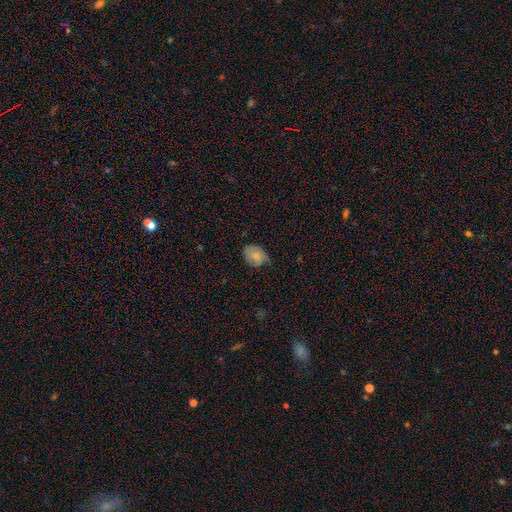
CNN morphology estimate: A smooth galaxy with no disk features (74%) that is in between round and cigar-shaped (65%).

Vote fractions:
- Smooth or featured? smooth: 74% / featured or disk: 19% / star or artifact: 8%
- How rounded? in between: 65% / round: 34% / cigar-shaped: 1%
- Merging? none: 57% / minor disturbance: 34% / major disturbance: 8% / merger: 1%